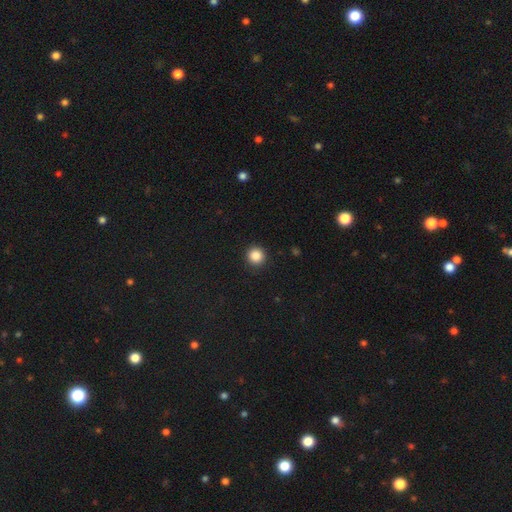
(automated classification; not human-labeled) A smooth galaxy with no disk features (86%) that is round (95%). Merging: none (93%).